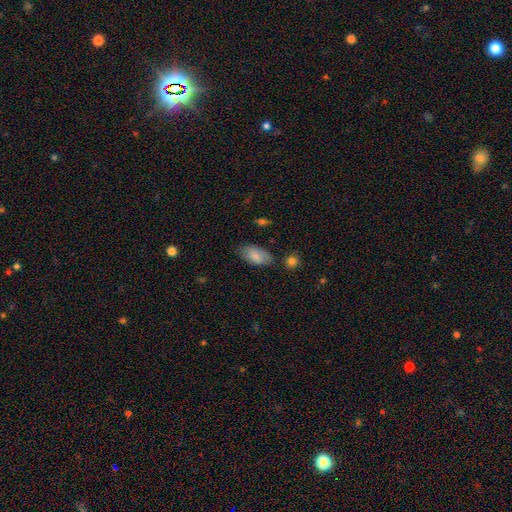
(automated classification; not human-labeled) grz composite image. It shows a smooth galaxy with no disk features (82%) that is in between round and cigar-shaped (93%). Merging: none (76%).